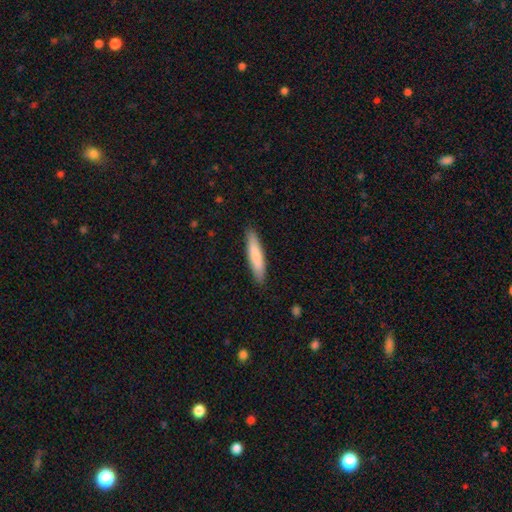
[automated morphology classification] Smooth or featured: smooth — 80% (featured or disk — 15%)
How rounded: cigar-shaped — 87% (in between — 12%)
Merging: none — 89% (minor disturbance — 8%)